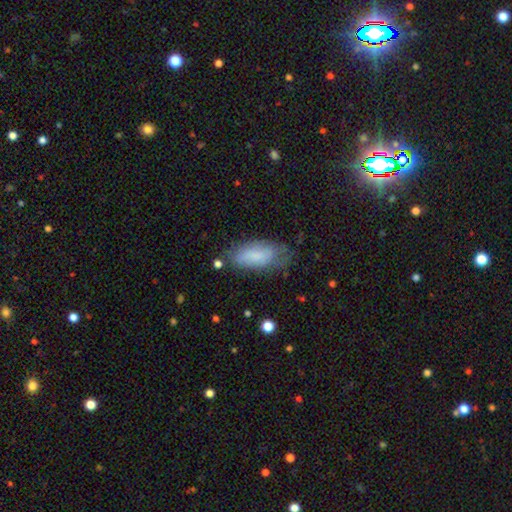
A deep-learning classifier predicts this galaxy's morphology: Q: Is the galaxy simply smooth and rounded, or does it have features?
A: smooth — 76%.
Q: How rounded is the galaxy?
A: in between — 83%.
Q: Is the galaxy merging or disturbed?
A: none — 57%.